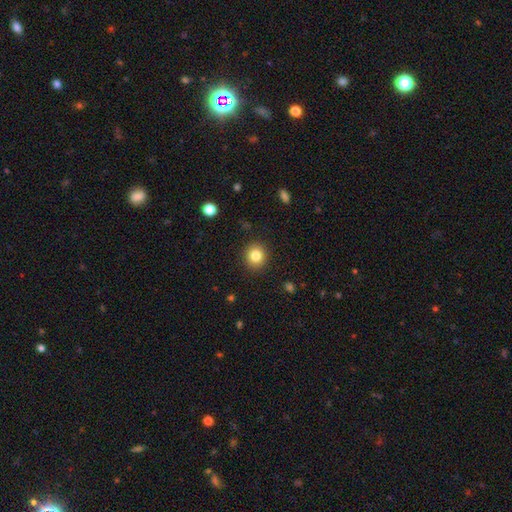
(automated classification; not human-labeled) Overall: smooth (83%). How rounded: round (87%). Merging: none (90%).